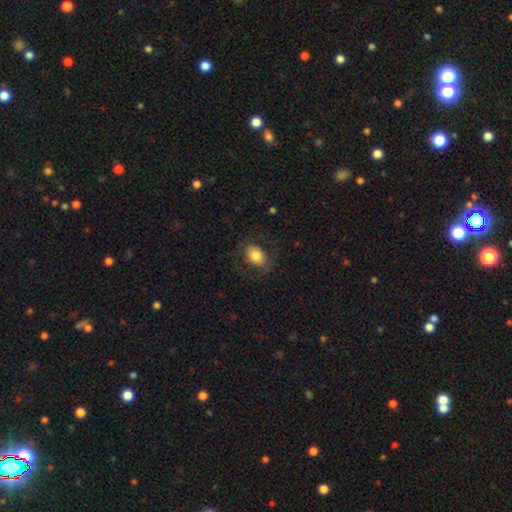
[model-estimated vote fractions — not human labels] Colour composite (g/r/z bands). It shows a smooth galaxy with no disk features (77%) that is in between round and cigar-shaped (70%). Merging: none (74%).